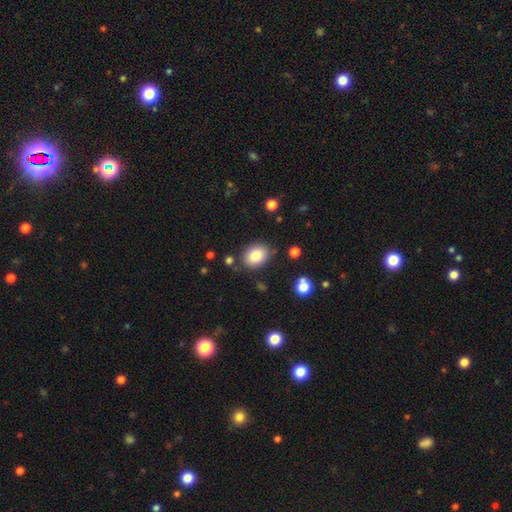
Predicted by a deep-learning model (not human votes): Q: Smooth or featured?
A: smooth (84%); runner-up: star or artifact (9%)
Q: How rounded?
A: in between (58%); runner-up: round (41%)
Q: Merging?
A: none (82%); runner-up: minor disturbance (11%)